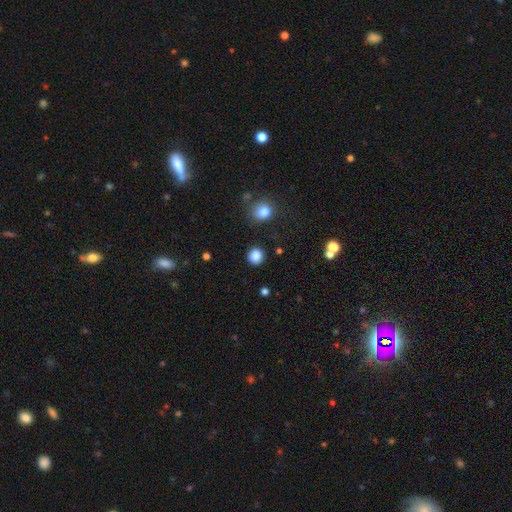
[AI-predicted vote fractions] Smooth or featured: smooth — 85% (star or artifact — 11%)
How rounded: round — 88% (in between — 11%)
Merging: none — 88% (minor disturbance — 8%)